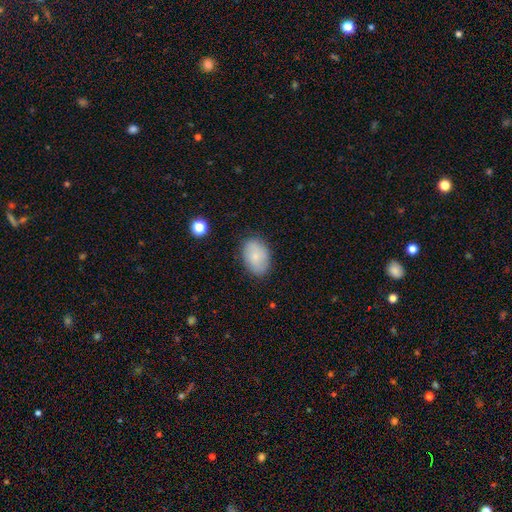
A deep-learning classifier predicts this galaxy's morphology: smooth-or-featured: smooth: 76% | featured or disk: 16% | star or artifact: 8%
  how-rounded: in between: 84% | round: 15% | cigar-shaped: 1%
  merging: none: 83% | minor disturbance: 13% | major disturbance: 3% | merger: 1%